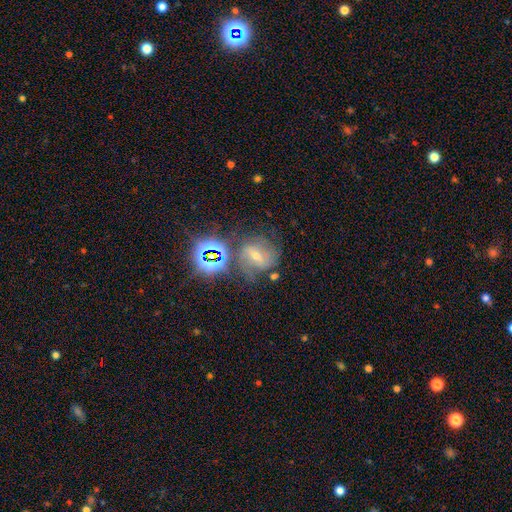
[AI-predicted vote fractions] Smooth or featured?
  - featured or disk: 47% *
  - star or artifact: 35%
  - smooth: 18%
Merging?
  - none: 58% *
  - minor disturbance: 18%
  - major disturbance: 13%
  - merger: 11%